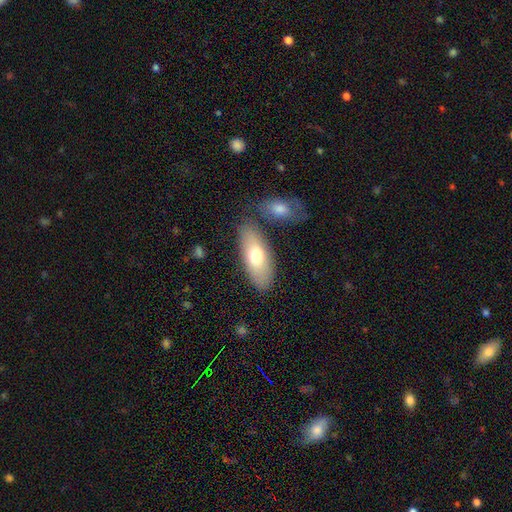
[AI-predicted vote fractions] Smooth or featured: smooth — 70% (featured or disk — 24%)
How rounded: in between — 82% (cigar-shaped — 16%)
Merging: none — 77% (minor disturbance — 12%)